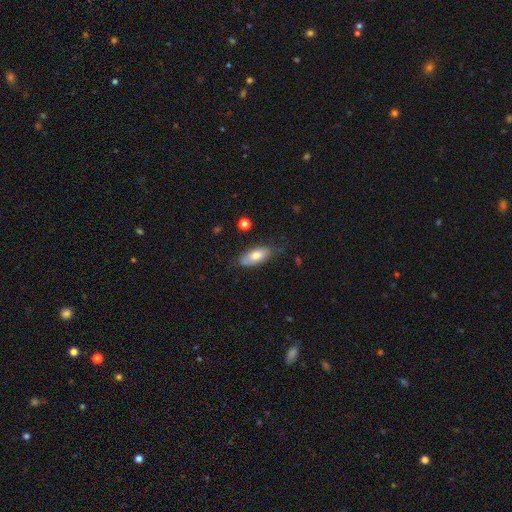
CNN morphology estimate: Smooth or featured? Predicted: smooth (p=0.67). How rounded? Predicted: in between (p=0.81). Merging? Predicted: none (p=0.65).